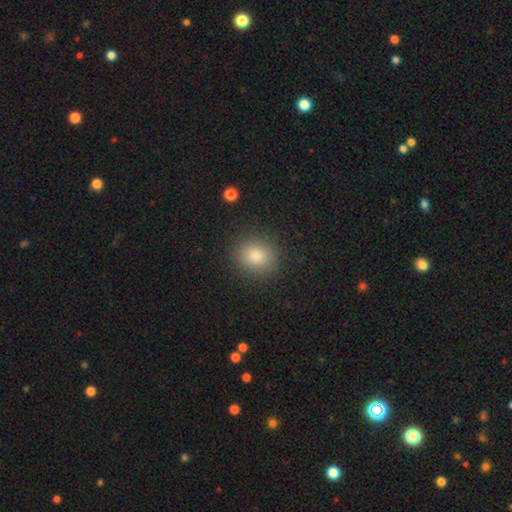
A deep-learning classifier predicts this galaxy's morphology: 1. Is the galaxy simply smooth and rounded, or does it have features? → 82% smooth, 12% star or artifact, 6% featured or disk.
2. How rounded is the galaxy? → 73% round, 25% in between, 1% cigar-shaped.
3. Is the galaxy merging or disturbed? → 89% none, 7% minor disturbance, 2% major disturbance, 1% merger.